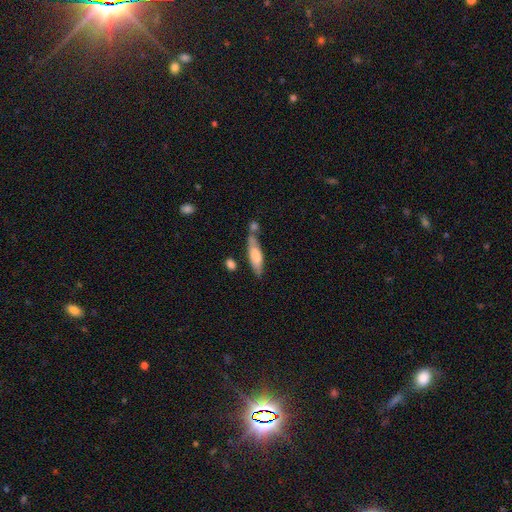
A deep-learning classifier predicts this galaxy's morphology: Smooth or featured?
  - smooth: 69% *
  - featured or disk: 25%
  - star or artifact: 6%
How rounded?
  - cigar-shaped: 63% *
  - in between: 35%
  - round: 2%
Merging?
  - none: 51% *
  - merger: 22%
  - minor disturbance: 20%
  - major disturbance: 7%